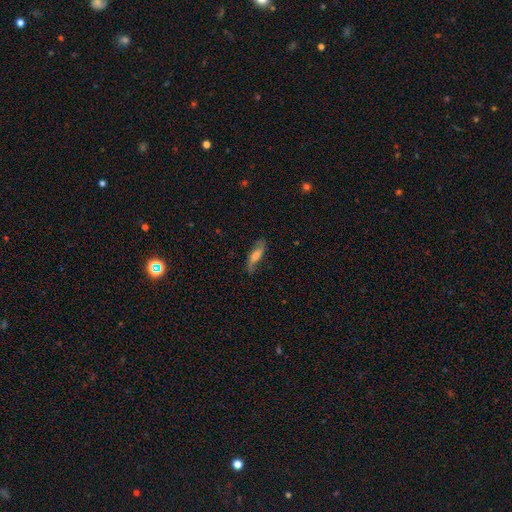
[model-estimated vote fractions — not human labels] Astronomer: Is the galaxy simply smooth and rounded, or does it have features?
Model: featured or disk — 48% (runner-up: smooth, 45%).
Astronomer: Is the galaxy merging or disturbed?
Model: none — 72%.